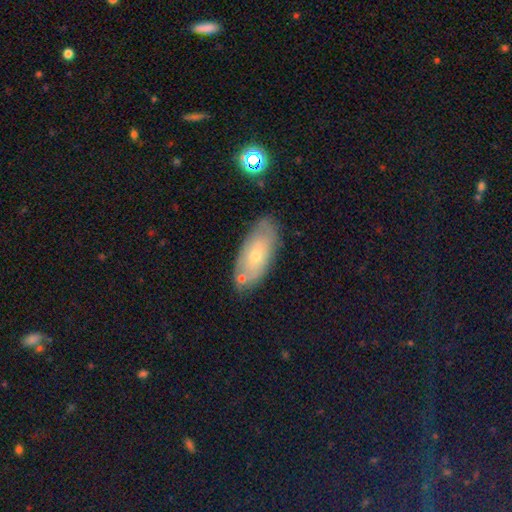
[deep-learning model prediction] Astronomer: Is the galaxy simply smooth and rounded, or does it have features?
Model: smooth — 48% (runner-up: featured or disk, 44%).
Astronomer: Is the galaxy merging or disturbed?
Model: none — 71%.